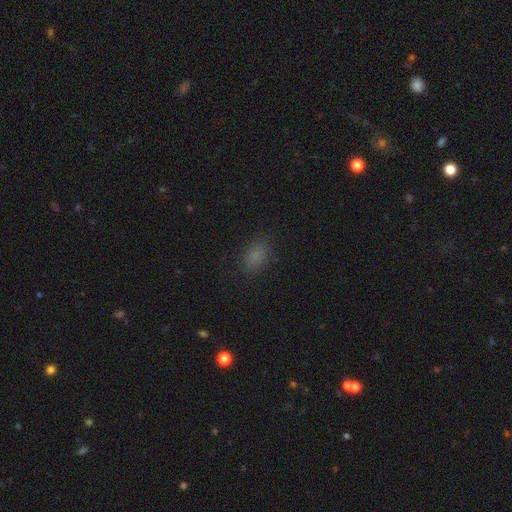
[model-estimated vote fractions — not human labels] Smooth or featured? Predicted: smooth (p=0.80). How rounded? Predicted: in between (p=0.86). Merging? Predicted: none (p=0.84).